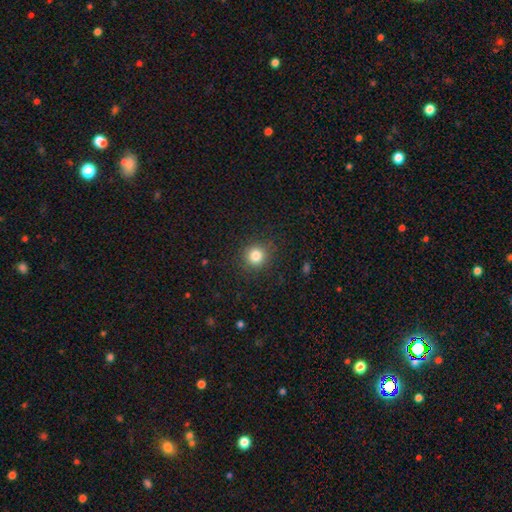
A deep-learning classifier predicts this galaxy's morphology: A smooth galaxy with no disk features (83%) that is round (91%). Merging: none (88%).